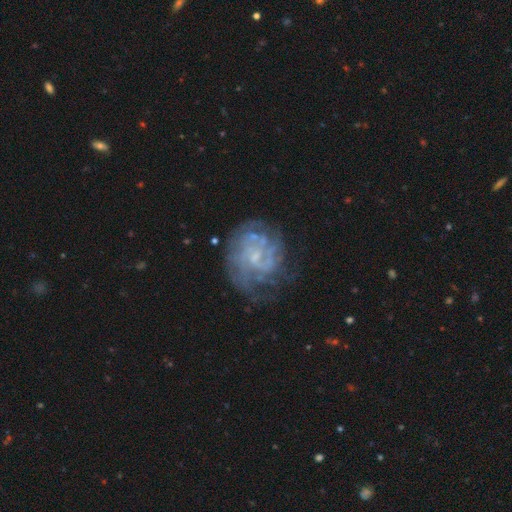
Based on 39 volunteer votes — Smooth or featured: featured or disk — 82% (smooth — 15%)
Edge-on disk: no — 100%
Bar: weak — 50% (tied with no — 50%)
Spiral arms: yes — 84% (no — 16%)
Spiral winding: medium — 48% (tight — 33%)
Spiral arm count: can't tell — 52% (2 — 26%)
Bulge size: small — 53% (none — 25%)
Merging: none — 50% (minor disturbance — 39%)